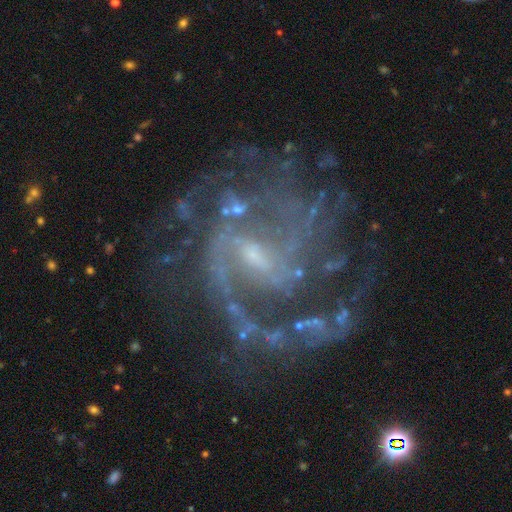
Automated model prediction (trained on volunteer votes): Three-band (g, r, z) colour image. It shows a featured or disk galaxy (89%) with a weak bar (58%), 2 (35%) medium (49%) spiral arms (96%) and a small central bulge (65%). Merging: none (64%).